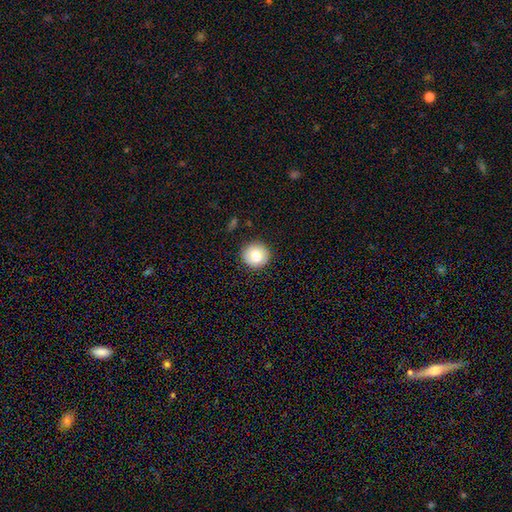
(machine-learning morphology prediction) A smooth galaxy with no disk features (76%) that is round (90%).

Vote fractions:
- Smooth or featured? smooth: 76% / featured or disk: 16% / star or artifact: 8%
- How rounded? round: 90% / in between: 9% / cigar-shaped: 1%
- Merging? none: 87% / minor disturbance: 9% / major disturbance: 3% / merger: 1%